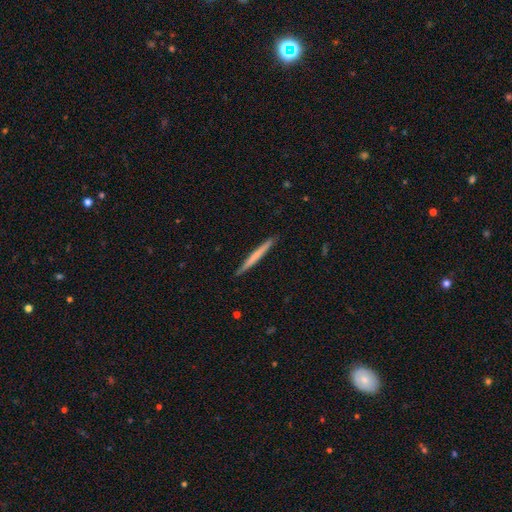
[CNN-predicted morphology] This is possibly a smooth galaxy (59%). How rounded: clearly cigar-shaped (97%). Merging: clearly none (92%).